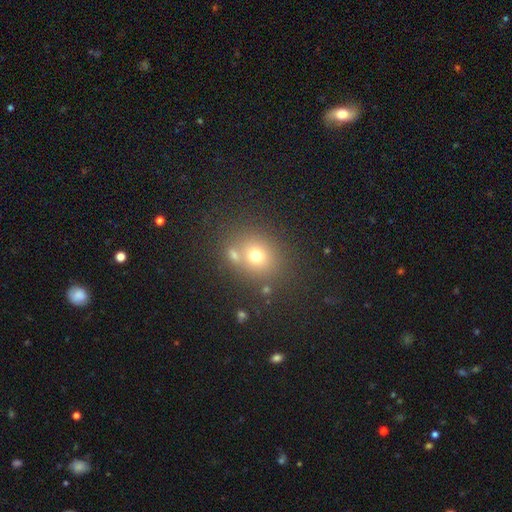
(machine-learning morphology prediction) A smooth galaxy with no disk features (69%) that is round (69%).

Vote fractions:
- Smooth or featured? smooth: 69% / star or artifact: 18% / featured or disk: 14%
- How rounded? round: 69% / in between: 30% / cigar-shaped: 1%
- Merging? none: 62% / merger: 24% / minor disturbance: 10% / major disturbance: 4%